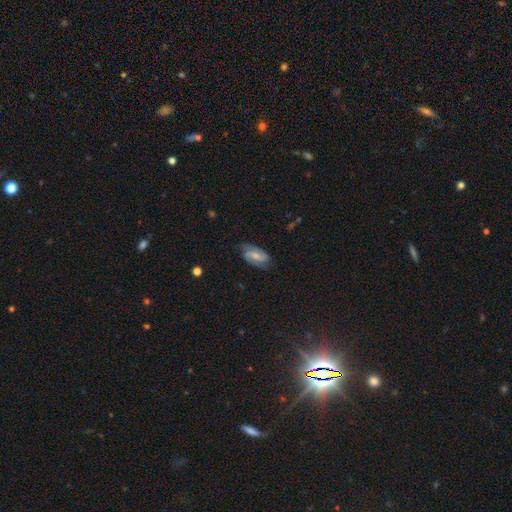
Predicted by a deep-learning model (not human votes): The model was most divided on "bulge size": small: 39%, moderate: 36%, none: 17%, large: 6%, dominant: 1%. Remaining: edge-on disk — no (96%); spiral arms — yes (93%); spiral arm count — 2 (85%); merging — none (72%); smooth or featured — featured or disk (67%); bar — weak (48%); spiral winding — medium (46%).